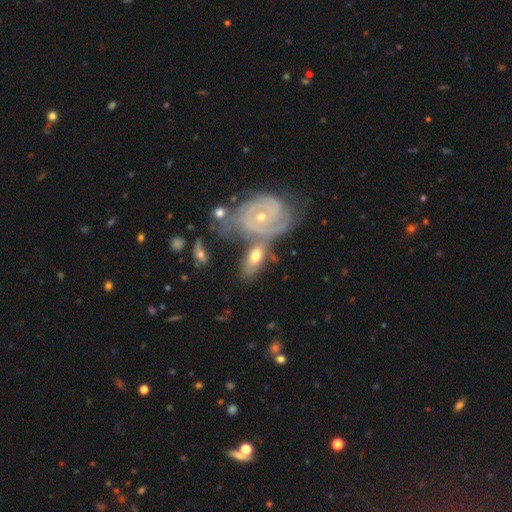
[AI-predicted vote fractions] Smooth or featured: featured or disk — 69% (smooth — 25%)
Edge-on disk: no — 91% (yes — 9%)
Bar: no — 72% (weak — 21%)
Spiral arms: yes — 85% (no — 15%)
Spiral winding: tight — 72% (medium — 22%)
Spiral arm count: 2 — 36% (can't tell — 30%)
Bulge size: small — 49% (moderate — 45%)
Merging: none — 40% (merger — 33%)